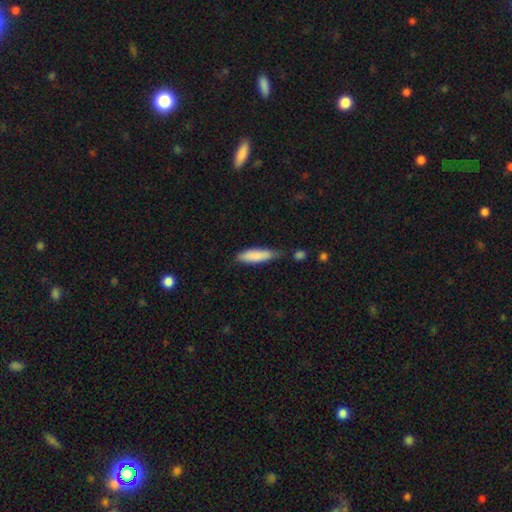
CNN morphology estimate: The model was most divided on "merging": none: 57%, minor disturbance: 29%, major disturbance: 7%, merger: 7%. More confident: smooth or featured — smooth (84%); how rounded — cigar-shaped (65%).